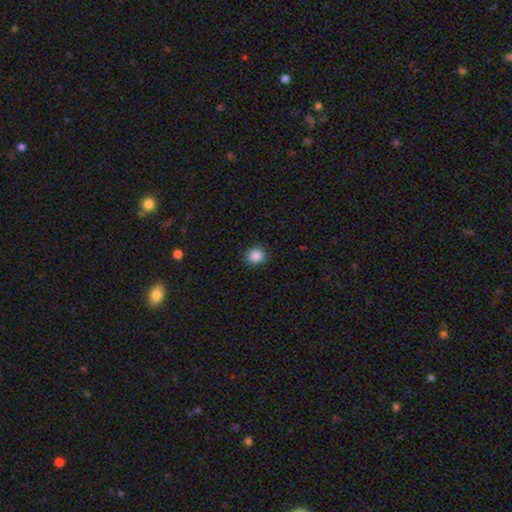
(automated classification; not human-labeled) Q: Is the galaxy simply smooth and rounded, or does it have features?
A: smooth — 87%.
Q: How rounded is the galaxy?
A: round — 80%.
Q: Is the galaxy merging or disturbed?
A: none — 90%.